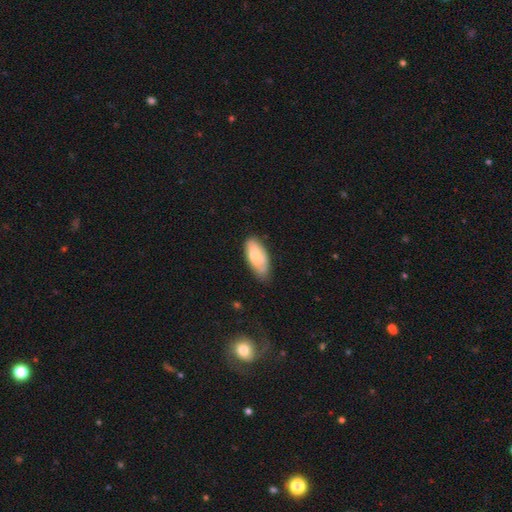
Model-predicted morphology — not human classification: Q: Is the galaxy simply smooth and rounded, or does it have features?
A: smooth — 65%.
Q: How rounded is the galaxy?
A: in between — 87%.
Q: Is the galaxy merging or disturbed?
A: none — 58%.